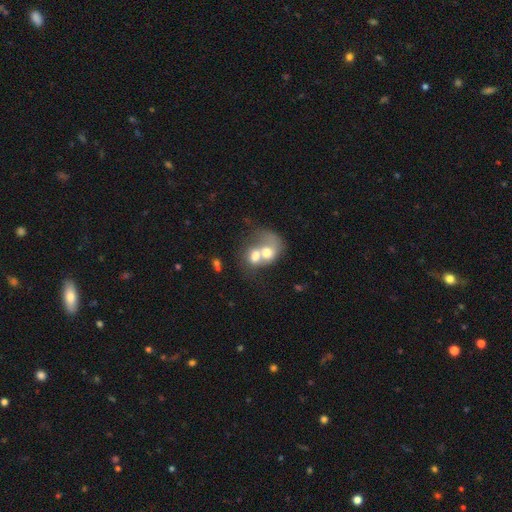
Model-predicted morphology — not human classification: This is possibly a smooth galaxy (55%). How rounded: possibly in between (50%). Merging: likely merger (80%).